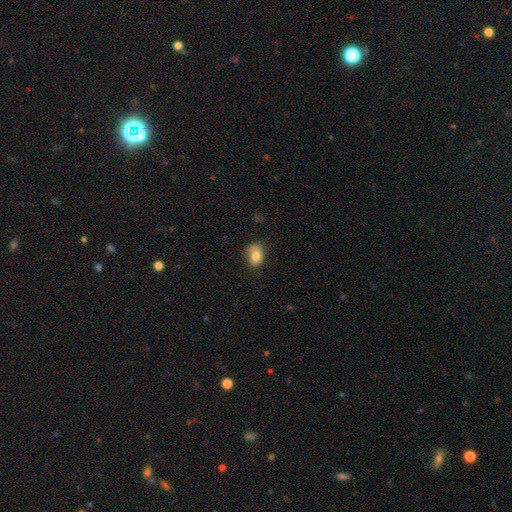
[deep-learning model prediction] Smooth or featured?
  - smooth: 78% *
  - featured or disk: 13%
  - star or artifact: 8%
How rounded?
  - in between: 73% *
  - round: 26%
  - cigar-shaped: 1%
Merging?
  - none: 54% *
  - minor disturbance: 30%
  - major disturbance: 12%
  - merger: 3%